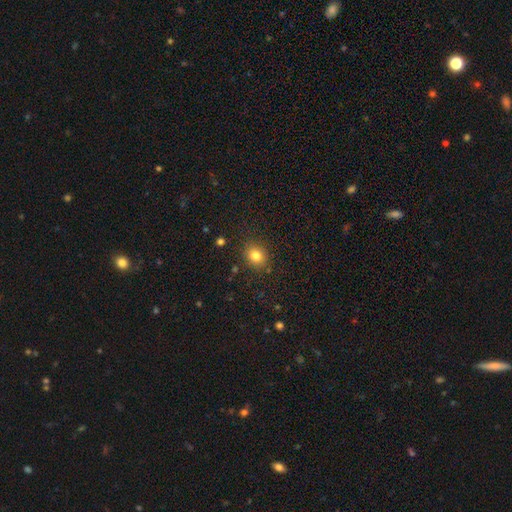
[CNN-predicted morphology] smooth 81%, star or artifact 12%, featured or disk 6%. Down the decision tree: how rounded — round (68%); merging — none (86%).